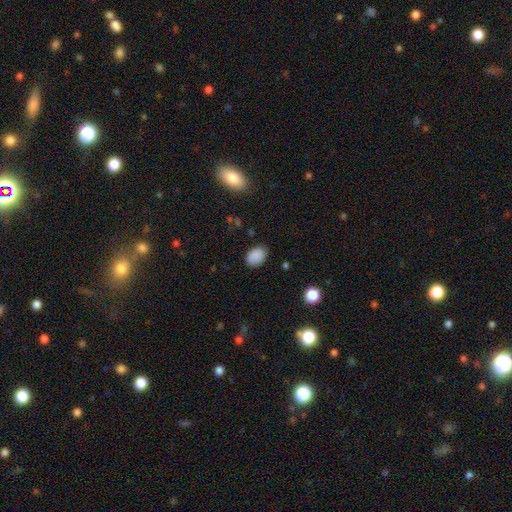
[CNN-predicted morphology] Smooth or featured? smooth (88%)
How rounded? in between (82%)
Merging? none (84%)